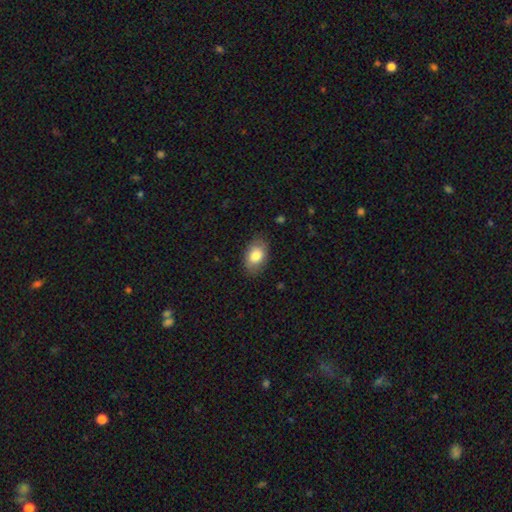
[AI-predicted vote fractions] smooth-or-featured: smooth: 82% | featured or disk: 11% | star or artifact: 7%
  how-rounded: in between: 88% | round: 11% | cigar-shaped: 1%
  merging: none: 82% | minor disturbance: 14% | major disturbance: 3% | merger: 1%